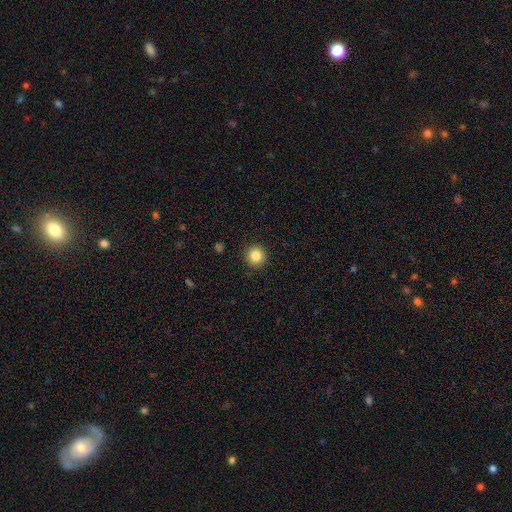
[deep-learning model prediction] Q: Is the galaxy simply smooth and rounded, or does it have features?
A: smooth — 85%.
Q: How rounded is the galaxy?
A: round — 95%.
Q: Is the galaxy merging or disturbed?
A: none — 92%.